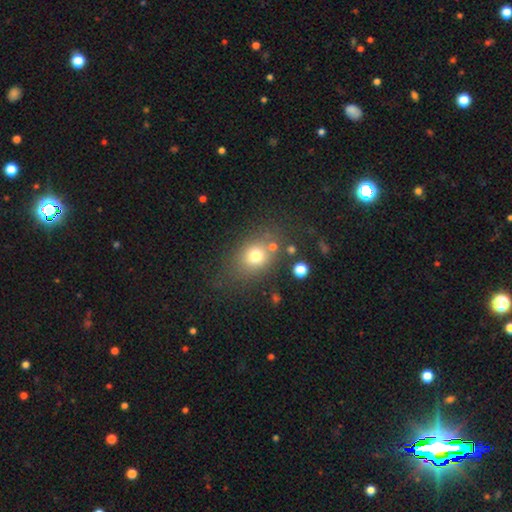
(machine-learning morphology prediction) This is likely a smooth galaxy (73%). How rounded: possibly in between (49%, tied with round). Merging: likely none (69%).